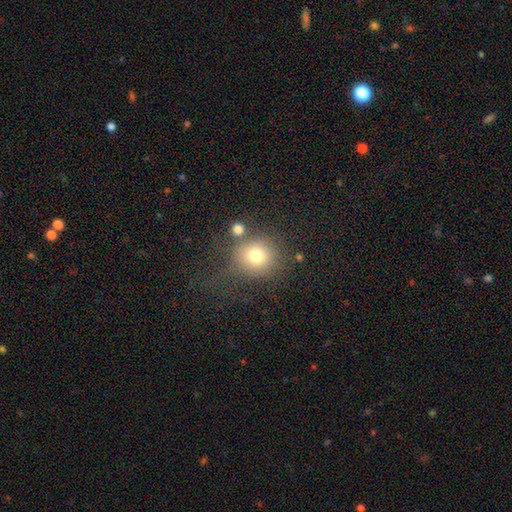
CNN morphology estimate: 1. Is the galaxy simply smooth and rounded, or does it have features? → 74% smooth, 14% star or artifact, 12% featured or disk.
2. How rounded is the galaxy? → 86% round, 13% in between, 1% cigar-shaped.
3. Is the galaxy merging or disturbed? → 62% none, 14% minor disturbance, 12% merger, 11% major disturbance.